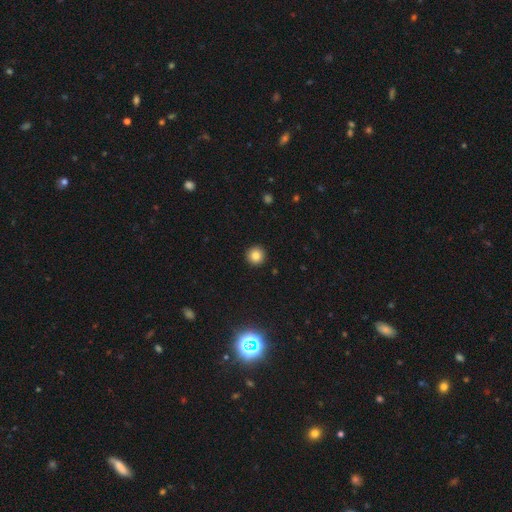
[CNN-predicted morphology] Overall: smooth (84%). How rounded: round (96%). Merging: none (93%).